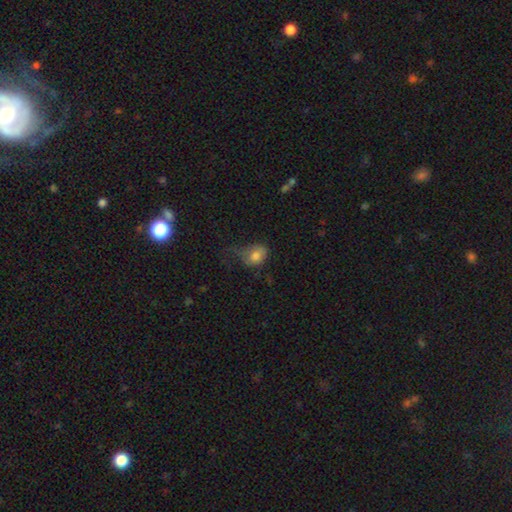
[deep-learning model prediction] Morphology: type=smooth (77%); roundness=in between (57%); merging=major disturbance (38%).